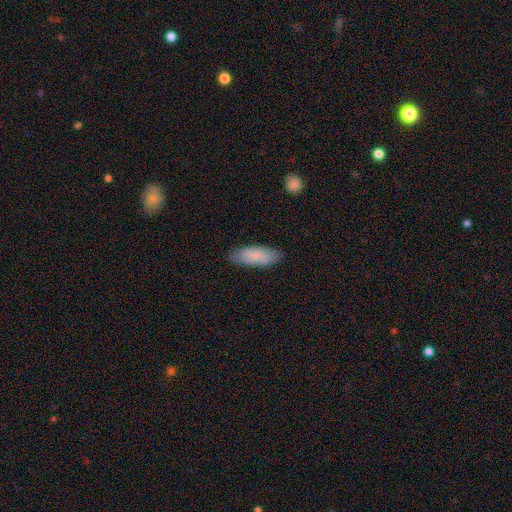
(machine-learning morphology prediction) This is likely a smooth galaxy (70%). How rounded: likely in between (73%). Merging: clearly none (82%).